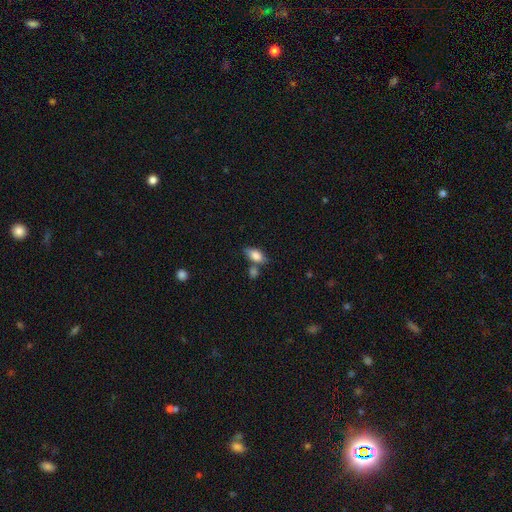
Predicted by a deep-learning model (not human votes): This appears to be a smooth galaxy with no disk features (82%) that is in between round and cigar-shaped (88%). Merging: none (57%).